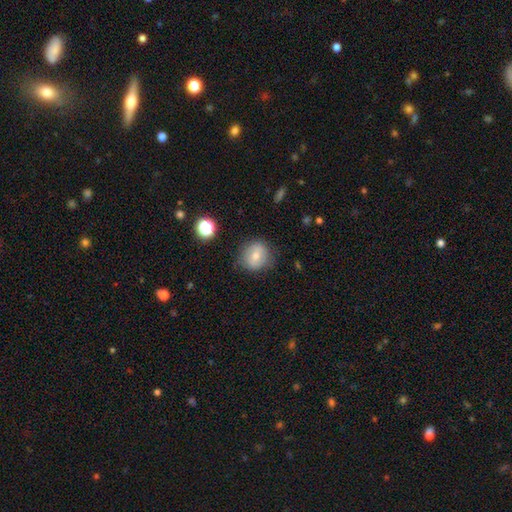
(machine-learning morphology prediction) Smooth or featured? Predicted: smooth (p=0.68). How rounded? Predicted: round (p=0.81). Merging? Predicted: none (p=0.75).